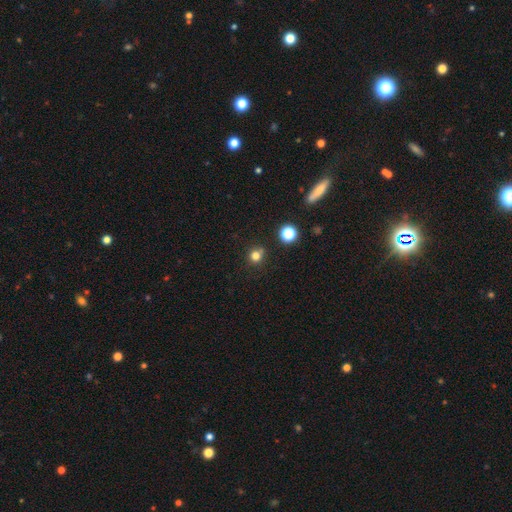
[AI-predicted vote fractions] smooth 77%, star or artifact 17%, featured or disk 6%. Down the decision tree: how rounded — round (89%); merging — none (76%).